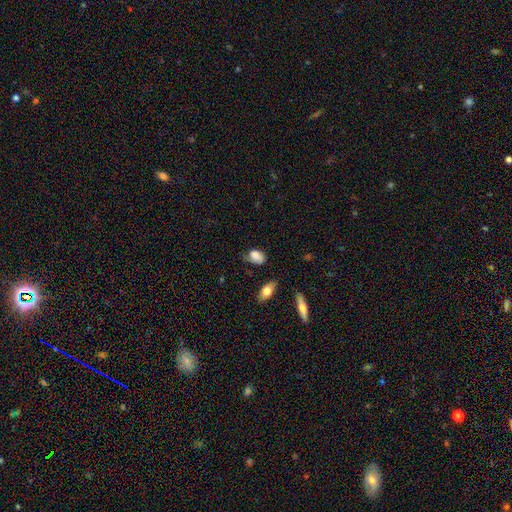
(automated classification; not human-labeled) Smooth or featured? Predicted: smooth (p=0.80). How rounded? Predicted: in between (p=0.83). Merging? Predicted: none (p=0.46).